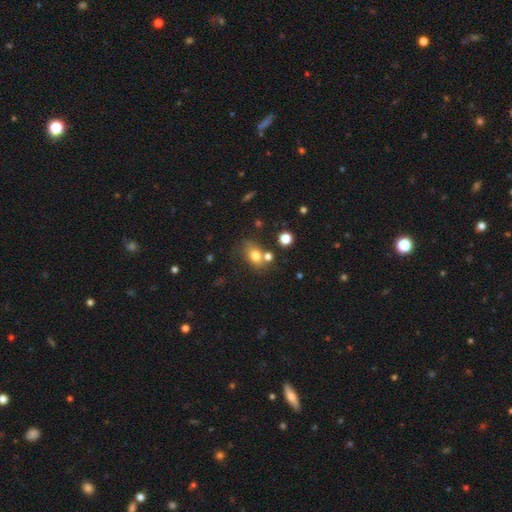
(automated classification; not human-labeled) This is likely a smooth galaxy (75%). How rounded: likely in between (67%). Merging: possibly none (54%).